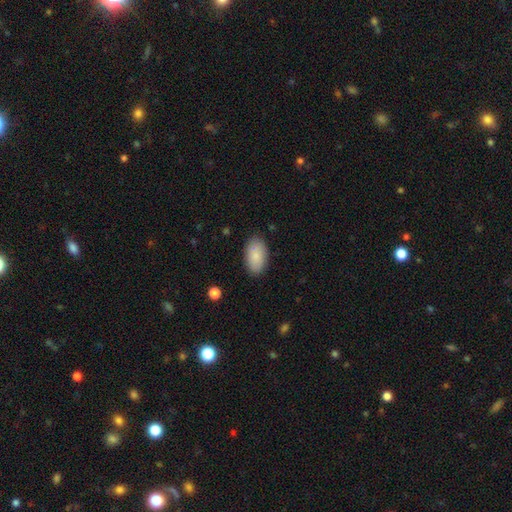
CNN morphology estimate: This is clearly a smooth galaxy (86%). How rounded: clearly in between (94%). Merging: clearly none (86%).